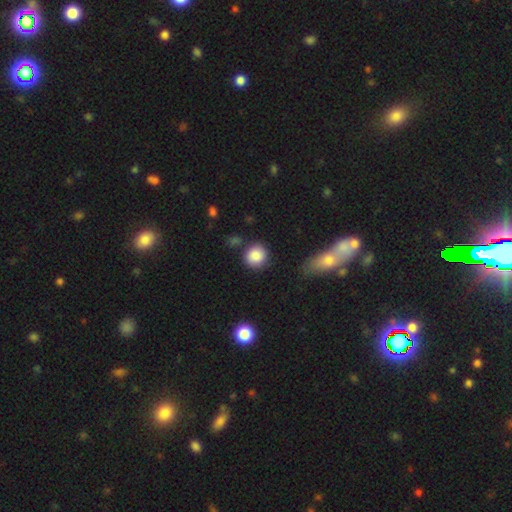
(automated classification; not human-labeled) The model was most divided on "merging": none: 78%, minor disturbance: 13%, merger: 4%, major disturbance: 4%. More confident: how rounded — round (88%); smooth or featured — smooth (85%).